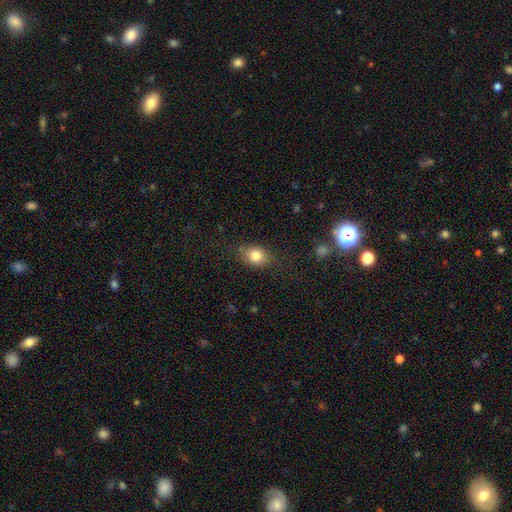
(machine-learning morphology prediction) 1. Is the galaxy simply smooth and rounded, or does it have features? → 80% smooth, 10% featured or disk, 10% star or artifact.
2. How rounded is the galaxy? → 58% in between, 40% round, 2% cigar-shaped.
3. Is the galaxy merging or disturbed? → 77% none, 16% minor disturbance, 6% major disturbance, 2% merger.